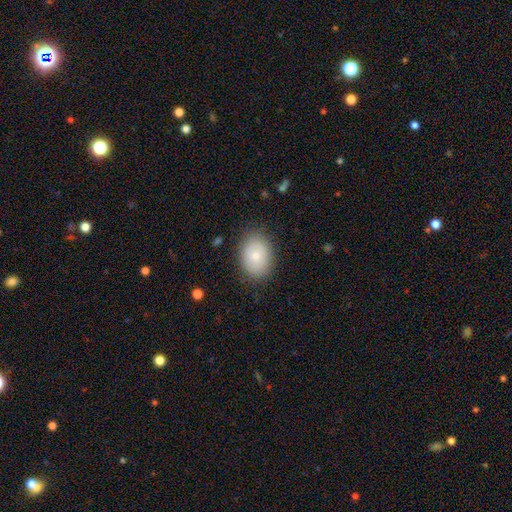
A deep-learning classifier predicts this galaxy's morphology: smooth_or_featured: smooth (p=0.77) [alt: featured or disk p=0.15]
how_rounded: in between (p=0.71) [alt: round p=0.28]
merging: none (p=0.84) [alt: minor disturbance p=0.12]